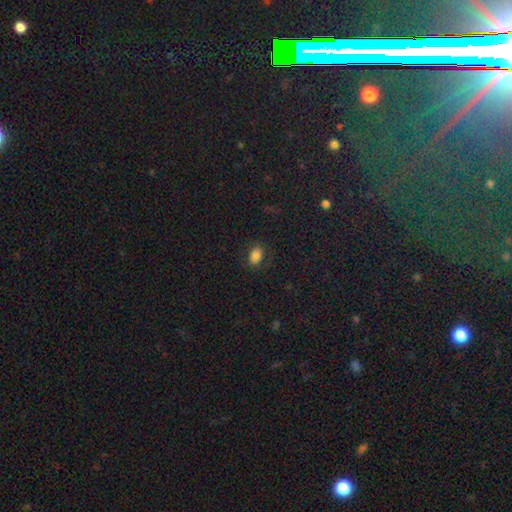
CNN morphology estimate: A smooth galaxy with no disk features (82%) that is in between round and cigar-shaped (83%). Merging: none (80%).